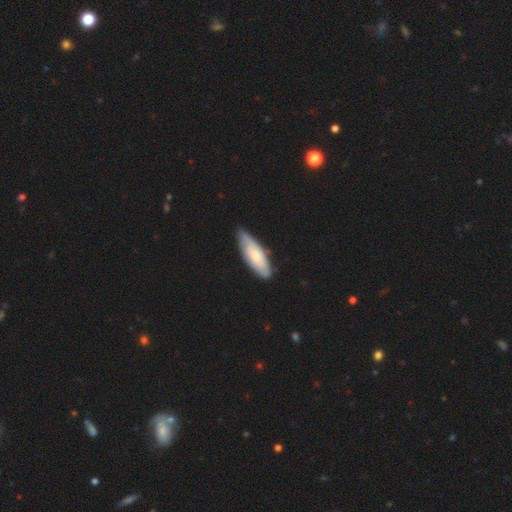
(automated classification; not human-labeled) A smooth galaxy with no disk features (53%) that is in between round and cigar-shaped (61%). Merging: none (71%).